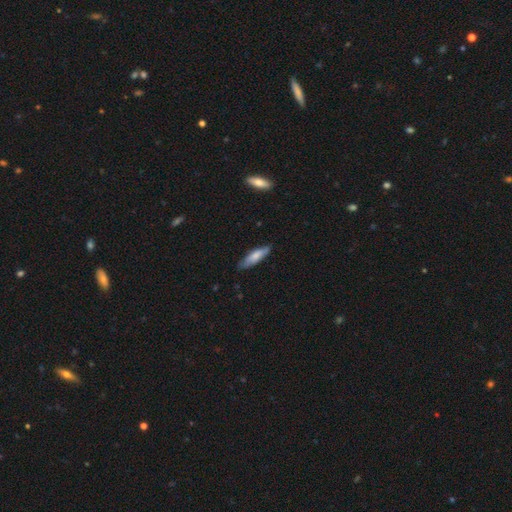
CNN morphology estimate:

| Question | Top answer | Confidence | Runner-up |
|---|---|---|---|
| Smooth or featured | smooth | 70% | featured or disk (25%) |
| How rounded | cigar-shaped | 64% | in between (34%) |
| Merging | none | 77% | minor disturbance (19%) |